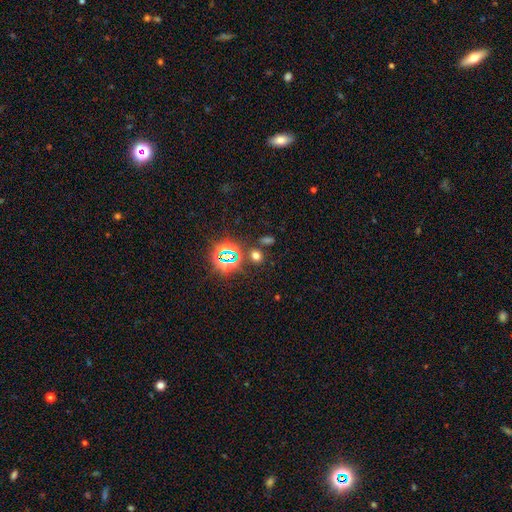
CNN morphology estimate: type=smooth (55%); roundness=round (51%); merging=none (79%).